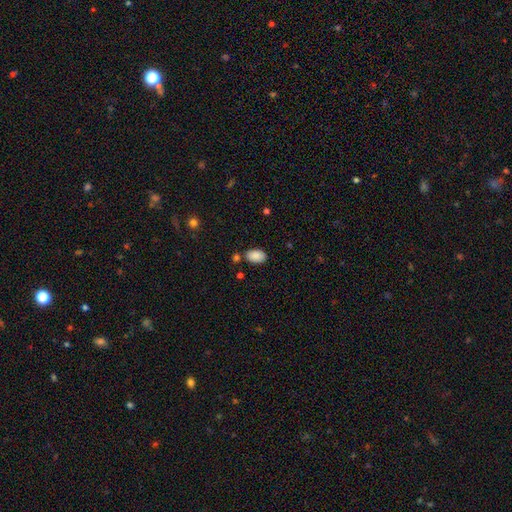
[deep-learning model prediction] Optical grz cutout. It shows a smooth galaxy with no disk features (88%) that is in between round and cigar-shaped (91%). Merging: none (79%).